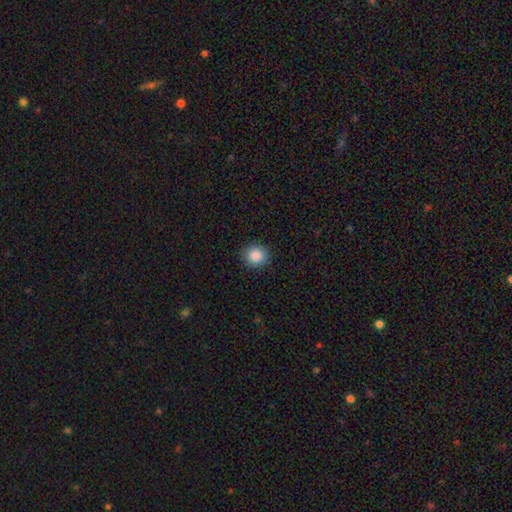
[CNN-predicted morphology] This is clearly a smooth galaxy (88%). How rounded: clearly round (87%). Merging: clearly none (90%).